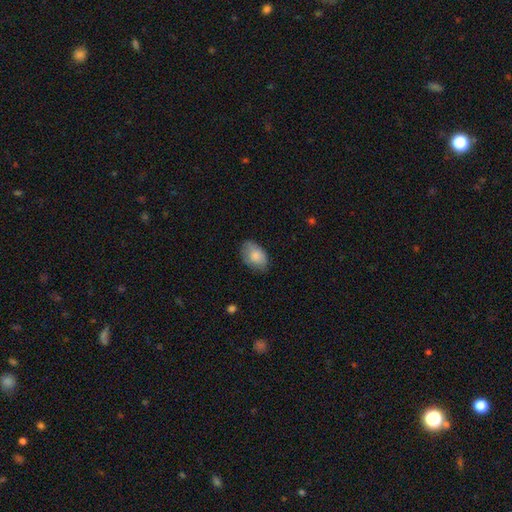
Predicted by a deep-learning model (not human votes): Smooth or featured: smooth — 83% (featured or disk — 11%)
How rounded: in between — 89% (round — 10%)
Merging: none — 71% (minor disturbance — 23%)